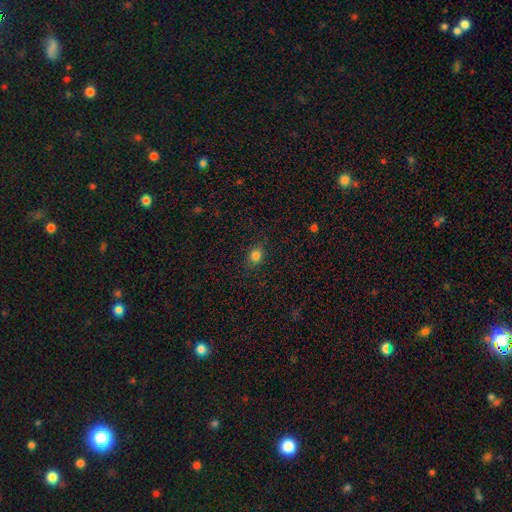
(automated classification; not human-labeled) This is clearly a smooth galaxy (81%). How rounded: possibly round (55%). Merging: clearly none (85%).